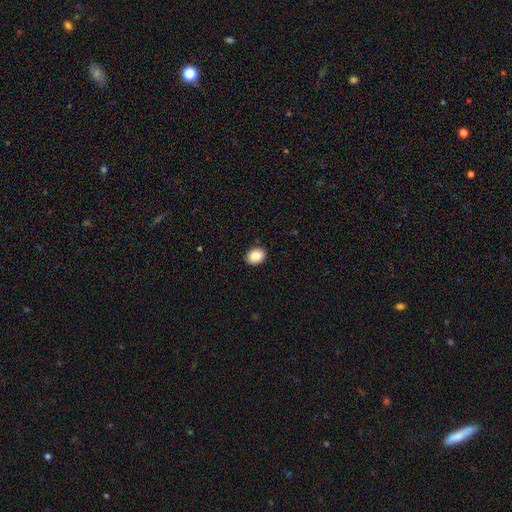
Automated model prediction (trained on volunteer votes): Smooth or featured?
  - smooth: 88% *
  - star or artifact: 8%
  - featured or disk: 4%
How rounded?
  - in between: 61% *
  - round: 38%
  - cigar-shaped: 1%
Merging?
  - none: 90% *
  - minor disturbance: 7%
  - major disturbance: 2%
  - merger: 1%